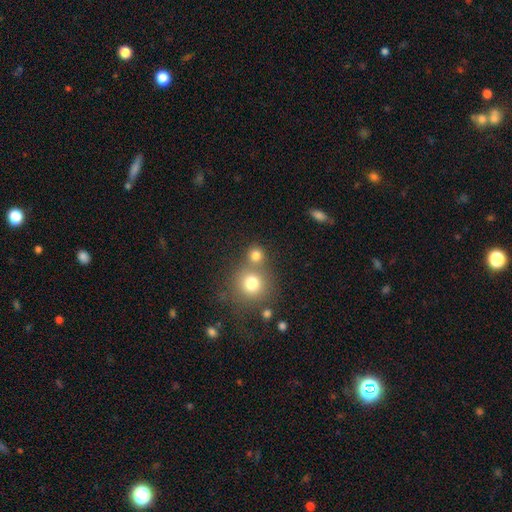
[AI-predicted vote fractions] Smooth or featured: smooth — 78% (star or artifact — 14%)
How rounded: round — 88% (in between — 11%)
Merging: none — 62% (merger — 28%)